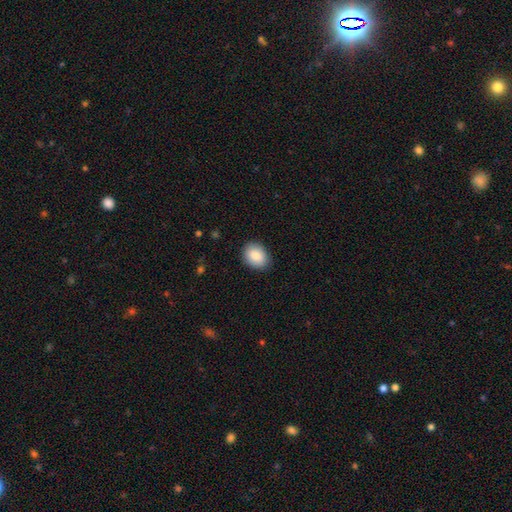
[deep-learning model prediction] smooth-or-featured: smooth: 88% | star or artifact: 7% | featured or disk: 6%
  how-rounded: in between: 67% | round: 32% | cigar-shaped: 1%
  merging: none: 86% | minor disturbance: 10% | major disturbance: 2% | merger: 1%